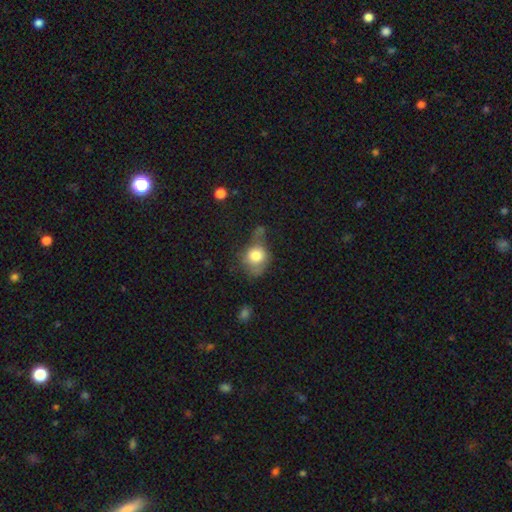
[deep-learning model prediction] Smooth or featured?
  - smooth: 75% *
  - featured or disk: 15%
  - star or artifact: 10%
How rounded?
  - round: 62% *
  - in between: 36%
  - cigar-shaped: 2%
Merging?
  - none: 36% *
  - minor disturbance: 30%
  - major disturbance: 25%
  - merger: 9%